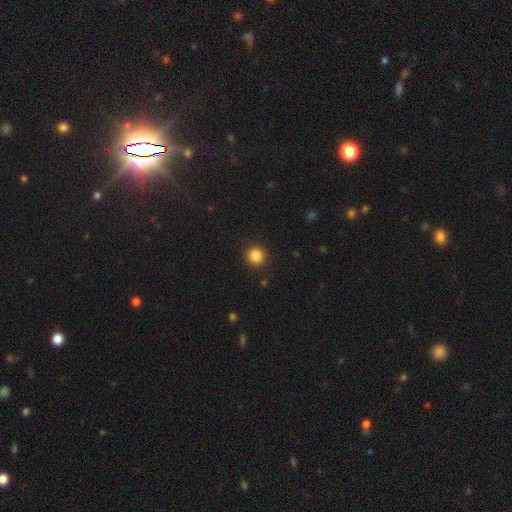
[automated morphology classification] The model was most divided on "smooth or featured": smooth: 85%, star or artifact: 11%, featured or disk: 4%. More confident: how rounded — round (95%); merging — none (92%).